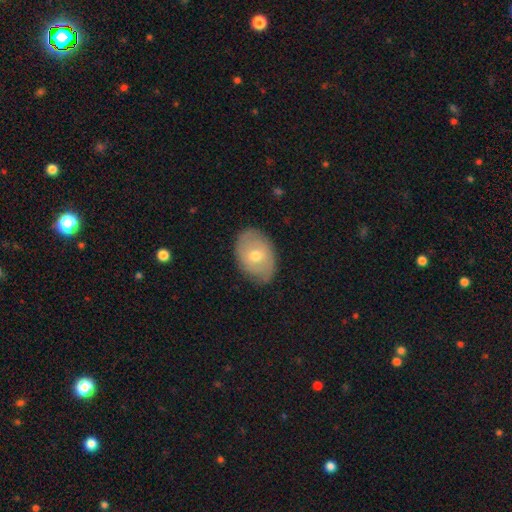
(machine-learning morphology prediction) smooth-or-featured: featured or disk: 46% (tied) | smooth: 46% (tied) | star or artifact: 7%
  merging: none: 78% | minor disturbance: 17% | major disturbance: 4% | merger: 1%